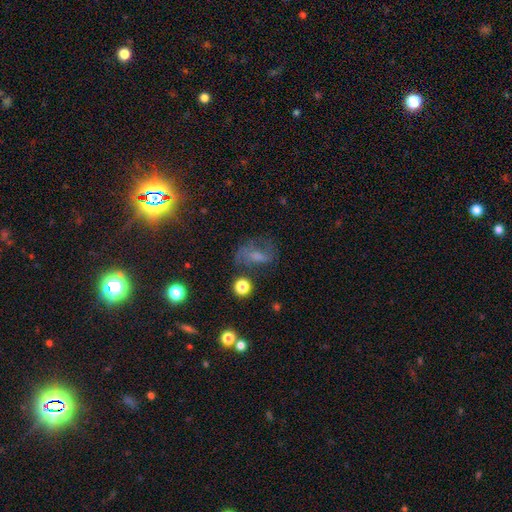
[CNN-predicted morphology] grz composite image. It shows a smooth galaxy with no disk features (41%). Merging: none (46%).